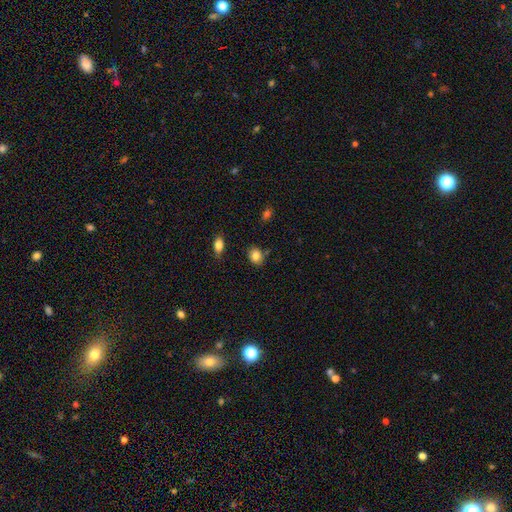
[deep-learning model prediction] Q: Smooth or featured?
A: smooth (84%); runner-up: star or artifact (9%)
Q: How rounded?
A: round (56%); runner-up: in between (43%)
Q: Merging?
A: none (79%); runner-up: minor disturbance (15%)